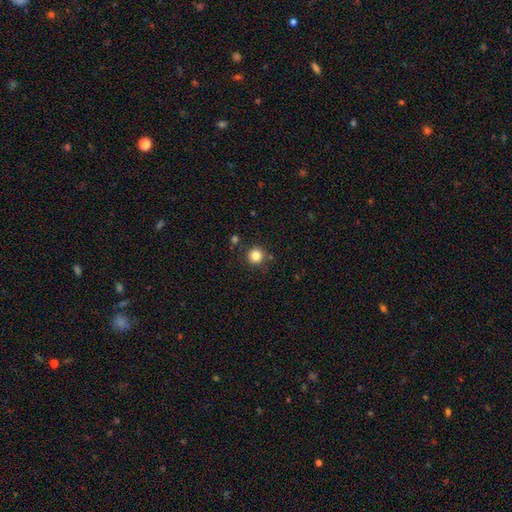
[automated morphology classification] Smooth or featured: smooth — 84% (star or artifact — 12%)
How rounded: round — 95% (in between — 4%)
Merging: none — 88% (minor disturbance — 7%)